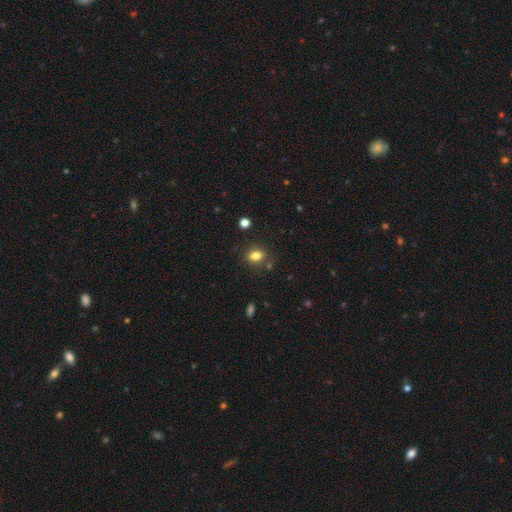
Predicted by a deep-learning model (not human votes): Smooth or featured: smooth — 81% (star or artifact — 12%)
How rounded: in between — 52% (round — 47%)
Merging: none — 80% (minor disturbance — 12%)